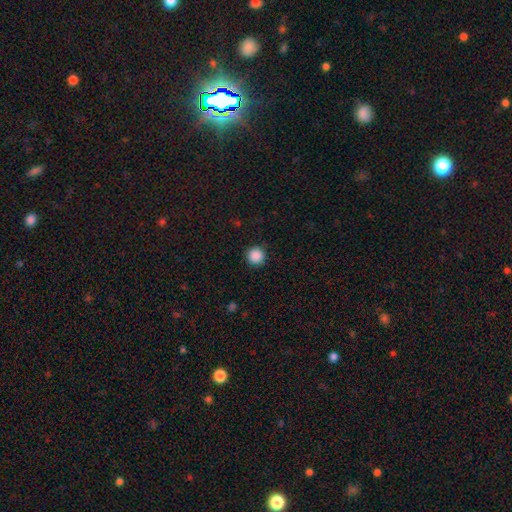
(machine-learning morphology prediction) This appears to be a smooth galaxy with no disk features (88%) that is round (96%). Merging: none (91%).